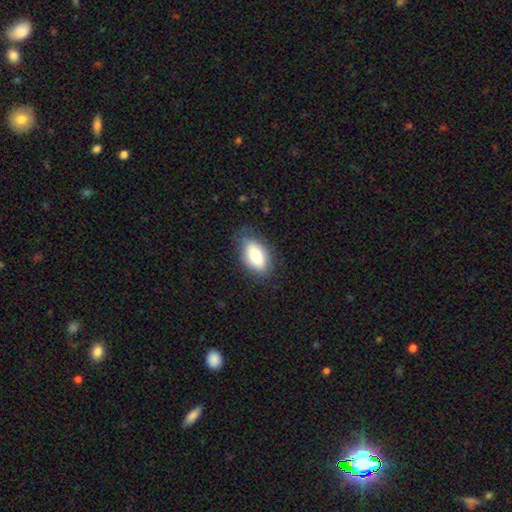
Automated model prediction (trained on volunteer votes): The model was most divided on "merging": none: 77%, minor disturbance: 17%, major disturbance: 5%, merger: 1%. More confident: how rounded — in between (91%); smooth or featured — smooth (78%).